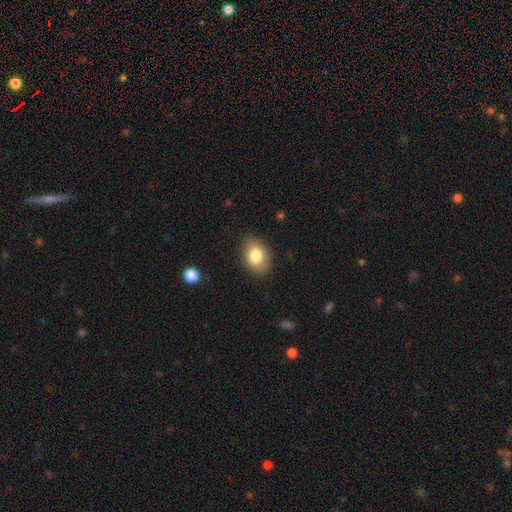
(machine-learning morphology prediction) smooth-or-featured: smooth: 82% | featured or disk: 10% | star or artifact: 8%
  how-rounded: in between: 78% | round: 21% | cigar-shaped: 1%
  merging: none: 85% | minor disturbance: 11% | major disturbance: 3% | merger: 1%